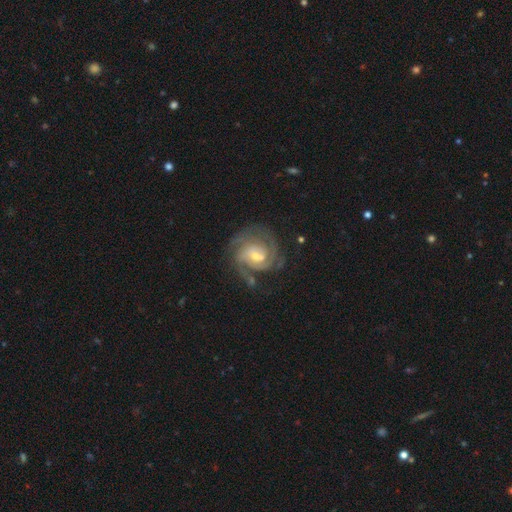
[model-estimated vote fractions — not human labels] Smooth or featured: featured or disk — 87% (smooth — 7%)
Edge-on disk: no — 98% (yes — 2%)
Bar: weak — 46% (no — 43%)
Spiral arms: yes — 97% (no — 3%)
Spiral winding: tight — 62% (medium — 32%)
Spiral arm count: 3 — 30% (2 — 28%)
Bulge size: moderate — 49% (small — 44%)
Merging: none — 68% (minor disturbance — 17%)